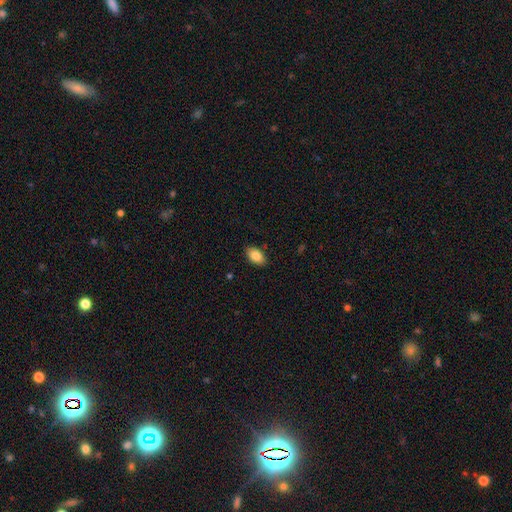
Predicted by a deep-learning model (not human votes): Overall: smooth (85%). How rounded: in between (92%). Merging: none (87%).